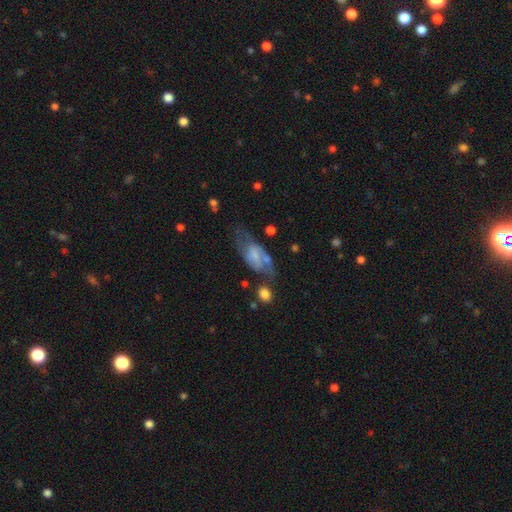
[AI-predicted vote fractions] The model was most divided on "bar": weak: 44%, no: 41%, strong: 15%. Remaining: edge-on disk — no (91%); spiral arms — yes (78%); smooth or featured — featured or disk (62%); merging — none (46%); bulge size — small (43%).